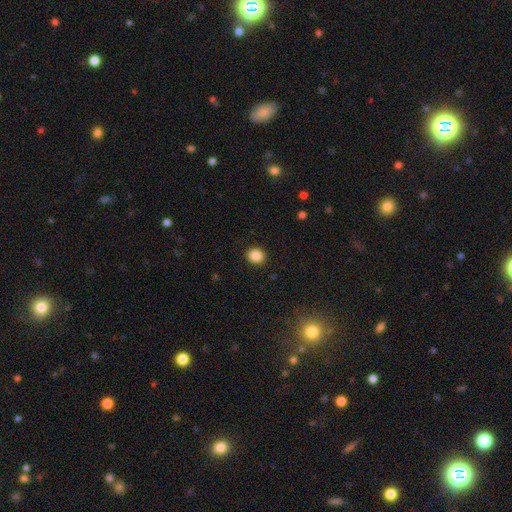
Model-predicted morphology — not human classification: A smooth galaxy with no disk features (88%) that is round (81%). Merging: none (91%).